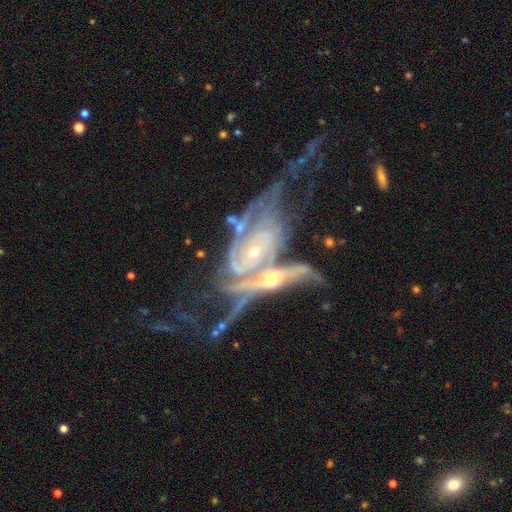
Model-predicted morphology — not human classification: smooth-or-featured: featured or disk: 87% | star or artifact: 7% | smooth: 6%
  disk-edge-on: no: 88% | yes: 12%
    bar: no: 61% | weak: 24% | strong: 15%
    has-spiral-arms: yes: 92% | no: 8%
      spiral-winding: tight: 51% | medium: 32% | loose: 16%
      spiral-arm-count: can't tell: 37% | 2: 35% | 3: 12% | 4: 6% | 1: 5% | more than 4: 5%
    bulge-size: small: 66% | moderate: 28% | none: 3% | large: 2% | dominant: 1%
  merging: merger: 60% | major disturbance: 16% | none: 15% | minor disturbance: 9%